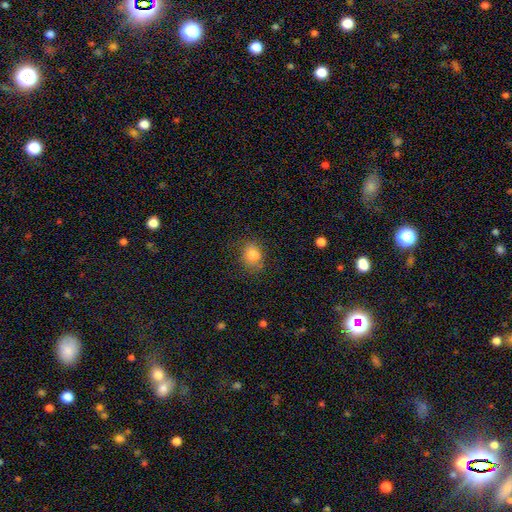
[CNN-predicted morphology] Q: Smooth or featured?
A: smooth (75%); runner-up: star or artifact (14%)
Q: How rounded?
A: in between (52%); runner-up: round (47%)
Q: Merging?
A: none (65%); runner-up: minor disturbance (20%)